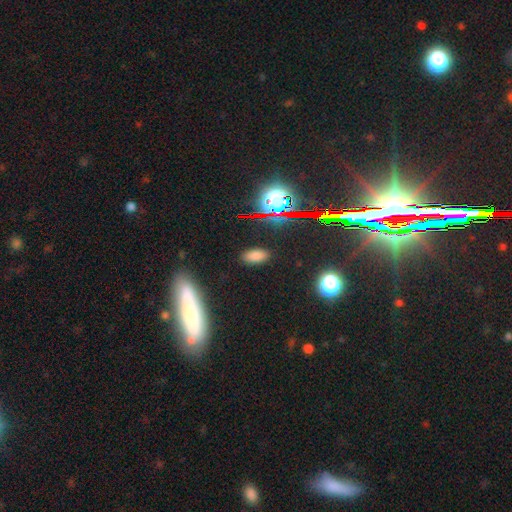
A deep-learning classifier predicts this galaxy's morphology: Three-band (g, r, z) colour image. It shows a smooth galaxy with no disk features (73%) that is in between round and cigar-shaped (89%). Merging: none (88%).